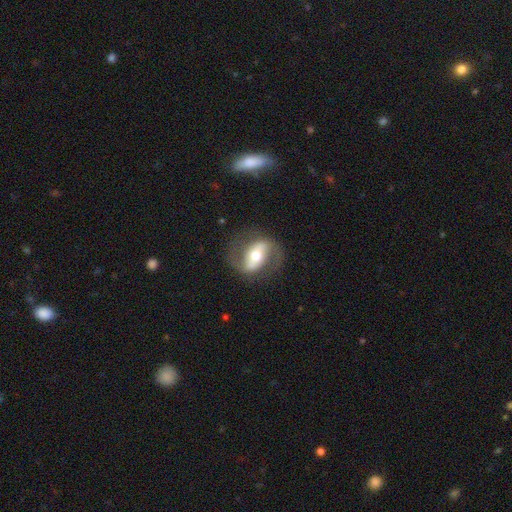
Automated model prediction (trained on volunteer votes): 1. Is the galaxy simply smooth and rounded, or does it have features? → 75% featured or disk, 19% smooth, 6% star or artifact.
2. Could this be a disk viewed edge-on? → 93% no, 7% yes.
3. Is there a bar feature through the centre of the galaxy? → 51% strong, 27% weak, 22% no.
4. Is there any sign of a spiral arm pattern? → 80% yes, 20% no.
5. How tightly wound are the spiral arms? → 46% medium, 38% loose, 16% tight.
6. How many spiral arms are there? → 89% 2, 5% can't tell, 3% 1, 1% 3, 1% 4, 1% more than 4.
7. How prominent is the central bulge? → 68% moderate, 15% small, 14% large, 2% dominant, 1% none.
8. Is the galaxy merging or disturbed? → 75% none, 14% minor disturbance, 10% major disturbance, 1% merger.